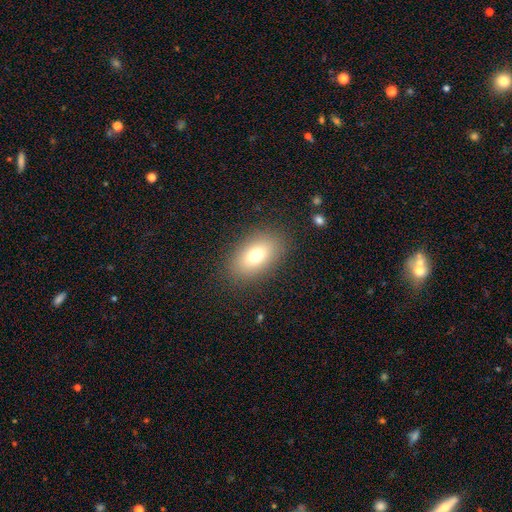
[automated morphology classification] This is likely a smooth galaxy (75%). How rounded: clearly in between (87%). Merging: clearly none (86%).